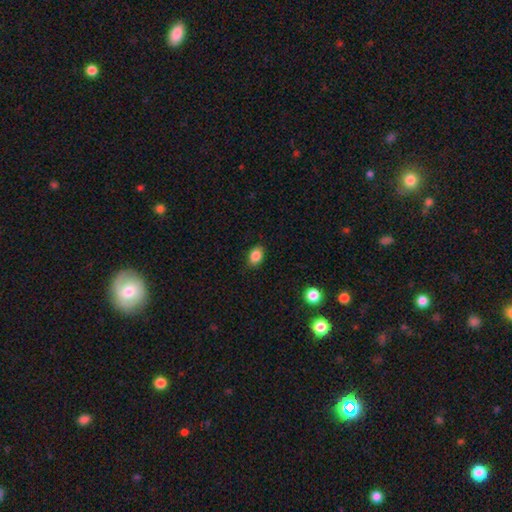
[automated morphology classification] Q: Smooth or featured?
A: smooth (86%); runner-up: star or artifact (9%)
Q: How rounded?
A: in between (78%); runner-up: round (21%)
Q: Merging?
A: none (86%); runner-up: minor disturbance (11%)